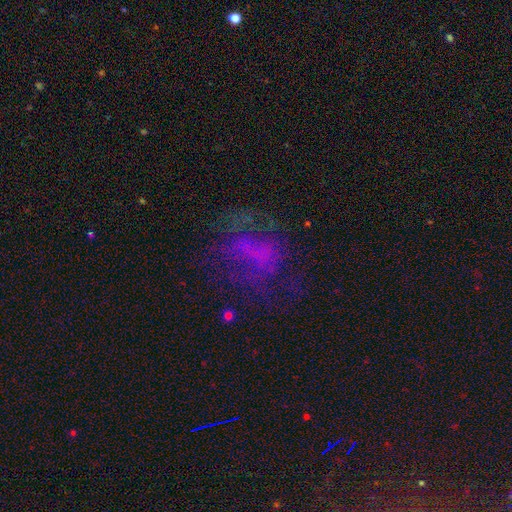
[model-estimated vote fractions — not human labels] Smooth or featured?
  - featured or disk: 42% *
  - smooth: 32%
  - star or artifact: 26%
Merging?
  - none: 52% *
  - major disturbance: 29%
  - minor disturbance: 17%
  - merger: 3%